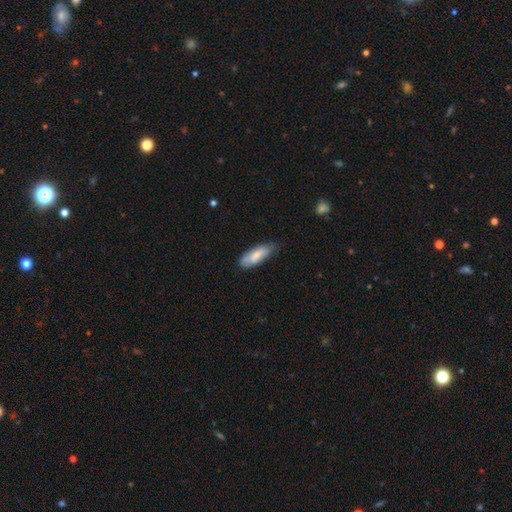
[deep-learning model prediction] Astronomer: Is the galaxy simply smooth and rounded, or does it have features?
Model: smooth — 74%.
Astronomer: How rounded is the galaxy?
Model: in between — 68%.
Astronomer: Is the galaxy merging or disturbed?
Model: none — 62%.